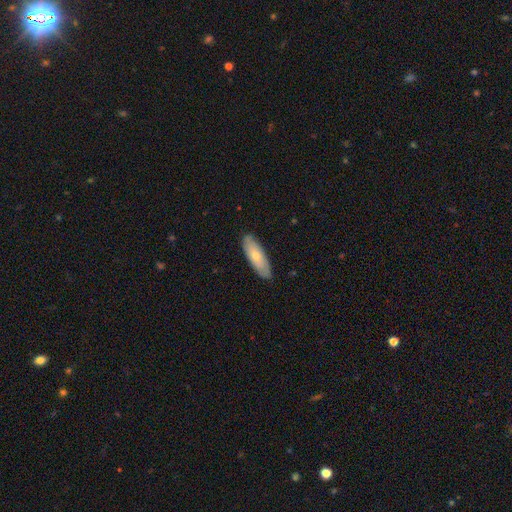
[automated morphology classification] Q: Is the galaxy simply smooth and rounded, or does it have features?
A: smooth — 61%.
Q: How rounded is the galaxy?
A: in between — 54%.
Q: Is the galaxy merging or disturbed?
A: none — 87%.